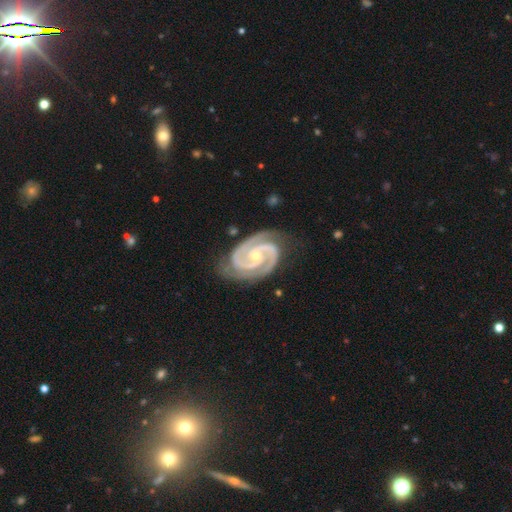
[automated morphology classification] Smooth or featured? Predicted: featured or disk (p=0.94). Edge-on disk? Predicted: no (p=0.98). Bar? Predicted: no (p=0.52). Spiral arms? Predicted: yes (p=0.99). Spiral winding? Predicted: tight (p=0.61). Spiral arm count? Predicted: 2 (p=0.90). Bulge size? Predicted: small (p=0.56). Merging? Predicted: none (p=0.78).